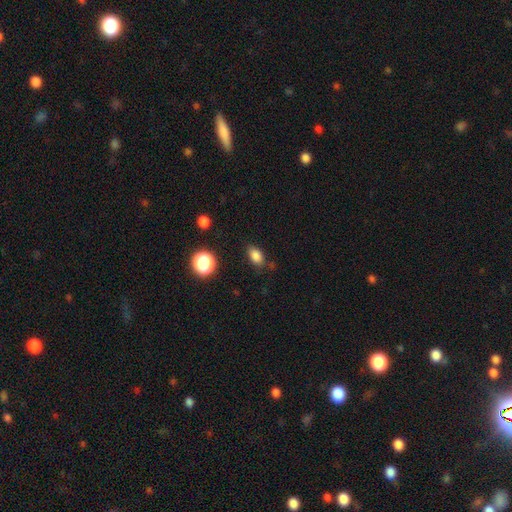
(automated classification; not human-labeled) Smooth or featured? Predicted: smooth (p=0.83). How rounded? Predicted: in between (p=0.82). Merging? Predicted: none (p=0.77).